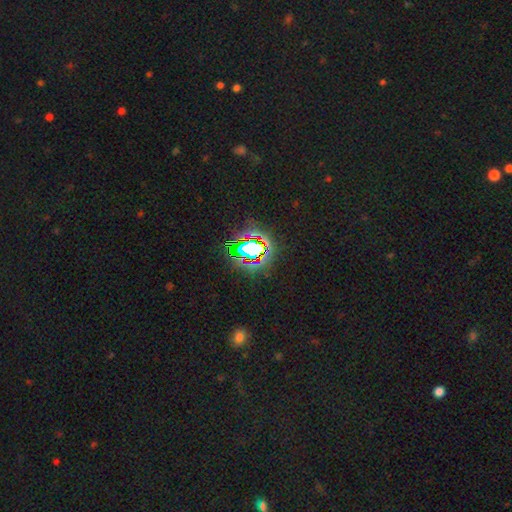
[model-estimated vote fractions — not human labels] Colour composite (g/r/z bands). It shows a star or artifact, not a galaxy (79%).